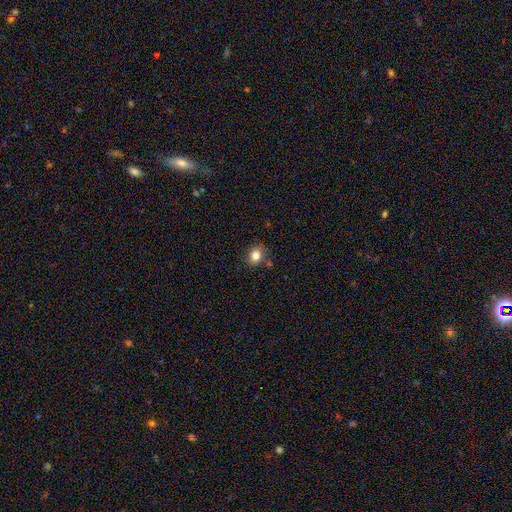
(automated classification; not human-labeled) Morphology: type=smooth (82%); roundness=round (61%); merging=none (79%).